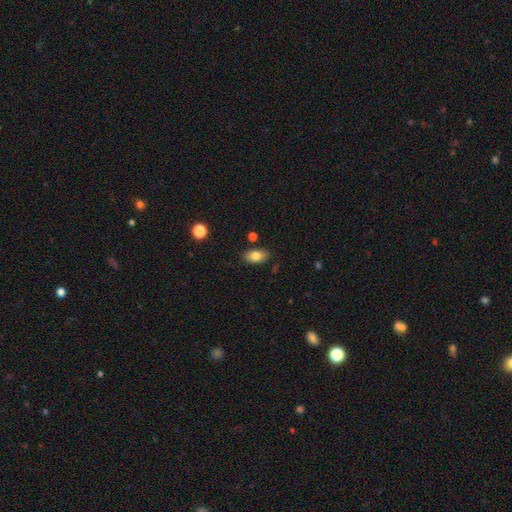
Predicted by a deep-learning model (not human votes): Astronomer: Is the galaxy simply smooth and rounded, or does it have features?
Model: smooth — 82%.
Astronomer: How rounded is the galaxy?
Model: in between — 91%.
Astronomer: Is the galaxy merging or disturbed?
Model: none — 83%.